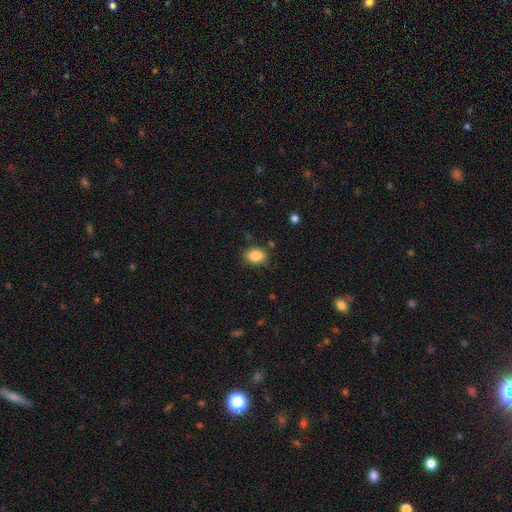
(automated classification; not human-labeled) Q: Smooth or featured?
A: smooth (87%); runner-up: star or artifact (9%)
Q: How rounded?
A: in between (79%); runner-up: round (20%)
Q: Merging?
A: none (80%); runner-up: minor disturbance (15%)